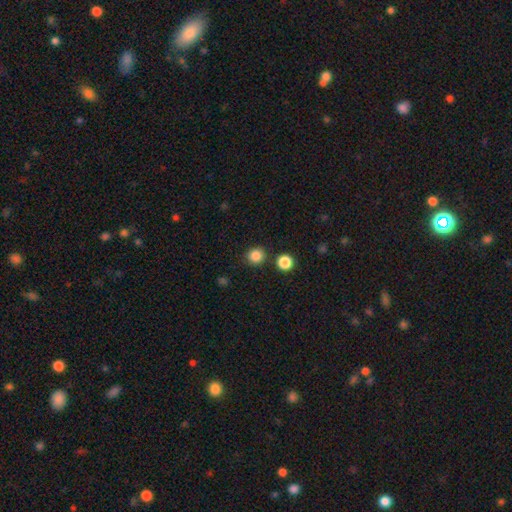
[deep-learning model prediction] A smooth galaxy with no disk features (85%) that is round (91%). Merging: none (86%).